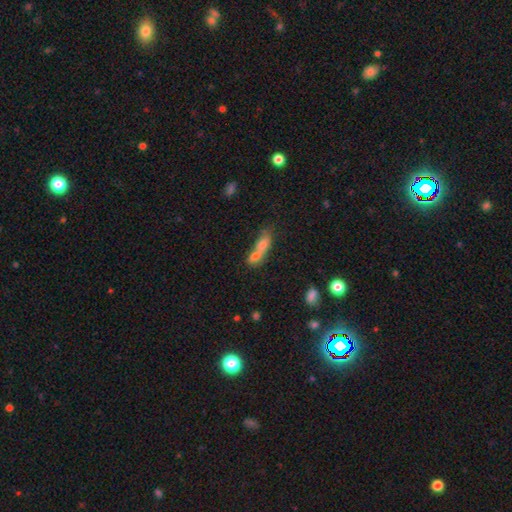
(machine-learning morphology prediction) The model was most divided on "how rounded": in between: 58%, cigar-shaped: 27%, round: 15%. More confident: merging — merger (67%); smooth or featured — smooth (66%).